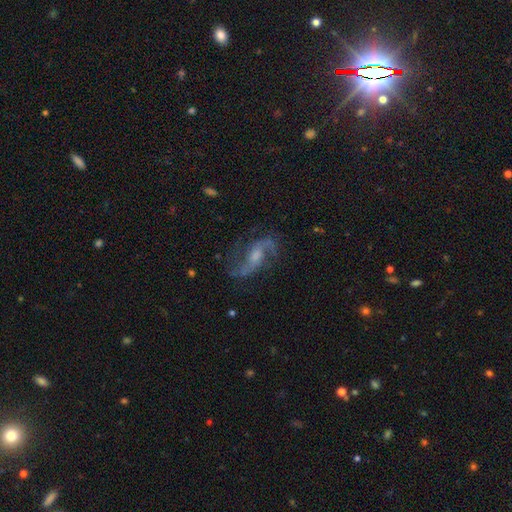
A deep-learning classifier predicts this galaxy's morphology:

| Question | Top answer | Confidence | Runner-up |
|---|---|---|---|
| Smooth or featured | featured or disk | 86% | star or artifact (8%) |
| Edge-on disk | no | 95% | yes (5%) |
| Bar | weak | 45% | no (36%) |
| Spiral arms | yes | 96% | no (4%) |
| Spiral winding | loose | 60% | medium (33%) |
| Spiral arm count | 2 | 91% | can't tell (3%) |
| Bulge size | moderate | 45% | small (36%) |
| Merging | none | 75% | minor disturbance (15%) |